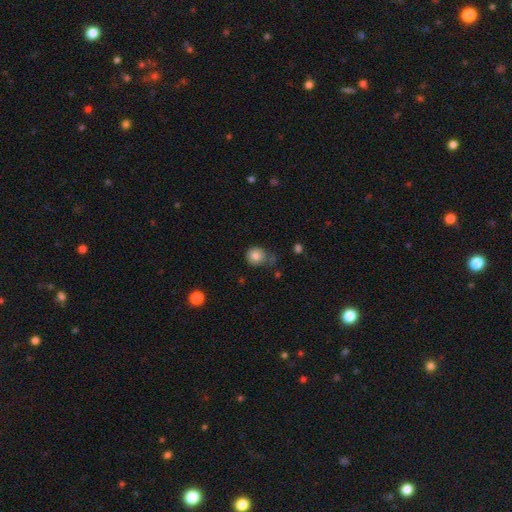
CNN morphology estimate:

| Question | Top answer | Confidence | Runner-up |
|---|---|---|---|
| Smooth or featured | smooth | 81% | star or artifact (10%) |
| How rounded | round | 85% | in between (15%) |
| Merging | none | 61% | minor disturbance (25%) |